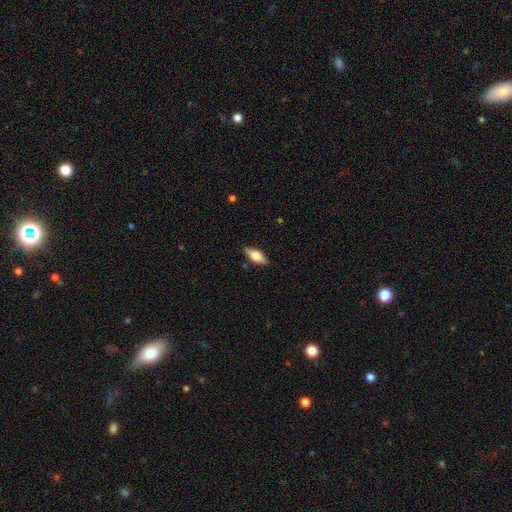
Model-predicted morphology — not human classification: smooth-or-featured: featured or disk: 48% | smooth: 46% | star or artifact: 7%
  merging: none: 87% | minor disturbance: 10% | major disturbance: 2% | merger: 1%